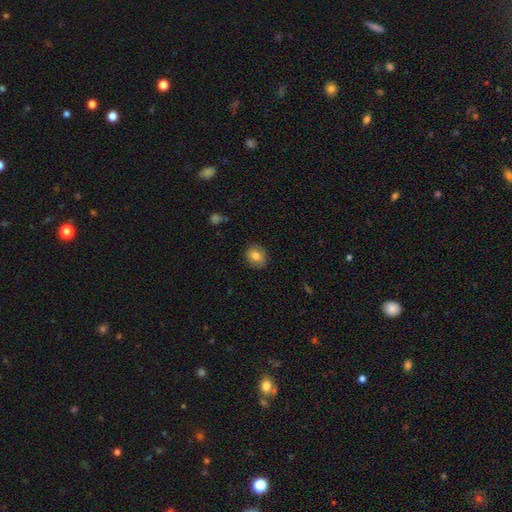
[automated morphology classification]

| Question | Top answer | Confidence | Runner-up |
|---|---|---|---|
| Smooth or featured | smooth | 77% | featured or disk (14%) |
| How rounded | round | 75% | in between (24%) |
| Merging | none | 85% | minor disturbance (11%) |